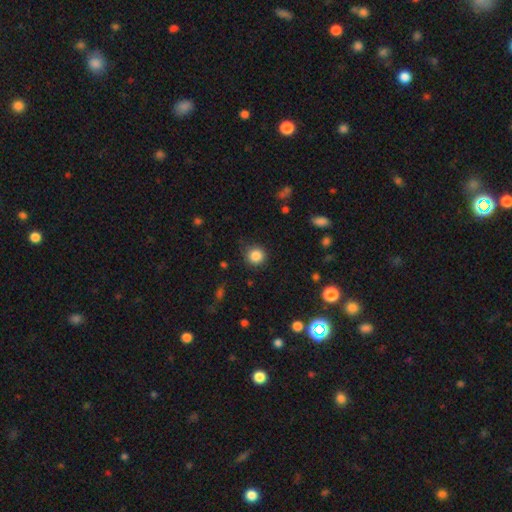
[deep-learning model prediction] A smooth galaxy with no disk features (85%) that is round (92%).

Vote fractions:
- Smooth or featured? smooth: 85% / star or artifact: 11% / featured or disk: 4%
- How rounded? round: 92% / in between: 7% / cigar-shaped: 1%
- Merging? none: 85% / minor disturbance: 10% / major disturbance: 3% / merger: 1%